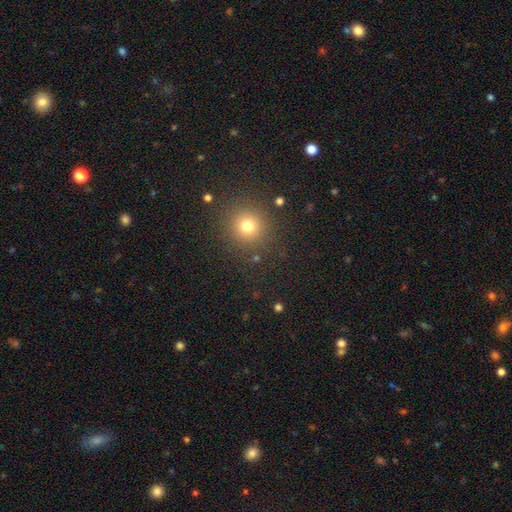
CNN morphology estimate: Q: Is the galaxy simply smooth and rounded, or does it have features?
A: smooth — 66%.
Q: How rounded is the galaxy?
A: round — 94%.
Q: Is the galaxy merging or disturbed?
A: none — 90%.